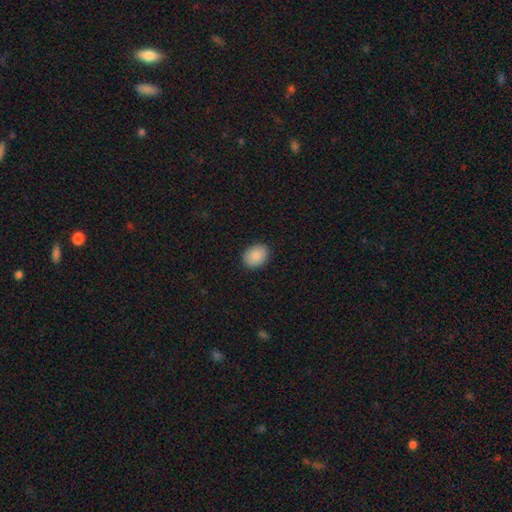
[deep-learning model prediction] Overall: smooth (89%). How rounded: in between (60%; round 39%). Merging: none (90%).